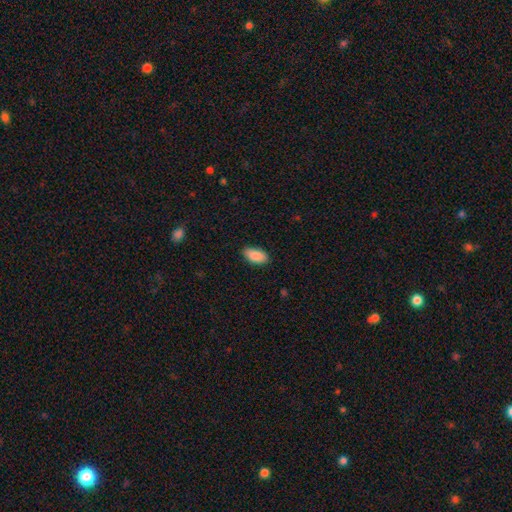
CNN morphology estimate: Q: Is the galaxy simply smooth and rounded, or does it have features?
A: smooth — 89%.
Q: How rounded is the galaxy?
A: in between — 92%.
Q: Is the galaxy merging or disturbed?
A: none — 87%.